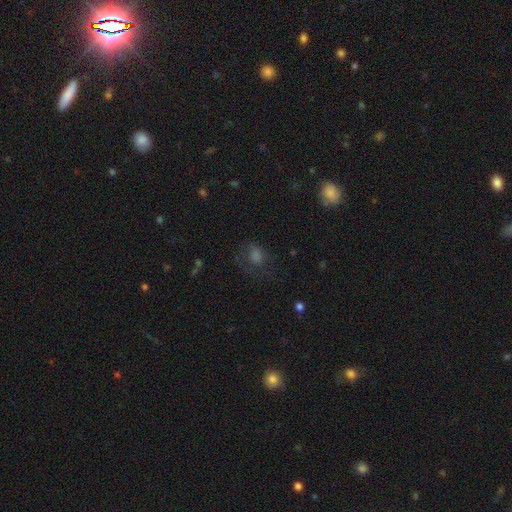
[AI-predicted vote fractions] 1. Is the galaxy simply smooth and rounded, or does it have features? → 49% smooth, 26% star or artifact, 25% featured or disk.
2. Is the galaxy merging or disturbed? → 54% none, 25% major disturbance, 19% minor disturbance, 2% merger.